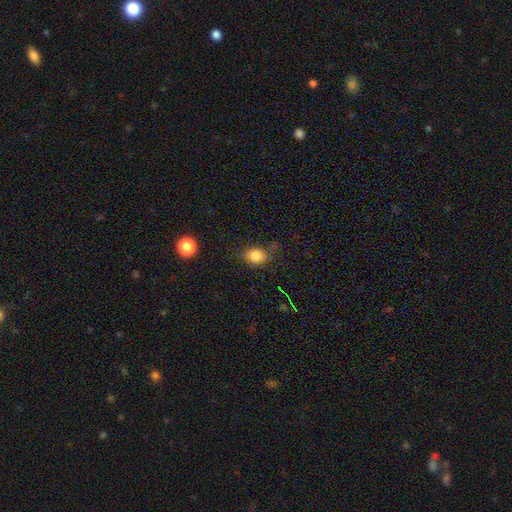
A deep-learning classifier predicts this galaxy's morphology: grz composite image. It shows a smooth galaxy with no disk features (81%) that is in between round and cigar-shaped (57%). Merging: none (66%).